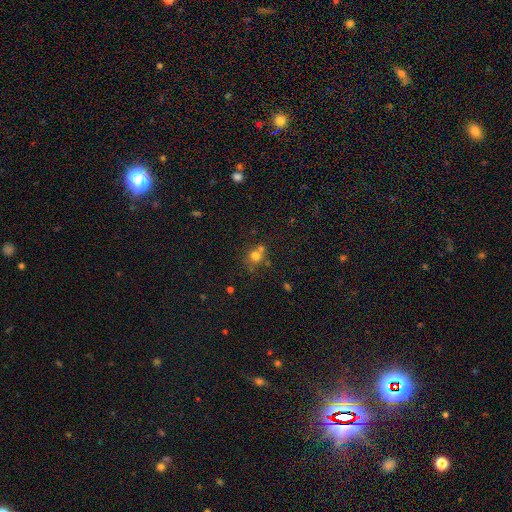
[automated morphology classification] Smooth or featured? smooth (70%)
How rounded? round (82%)
Merging? none (50%)